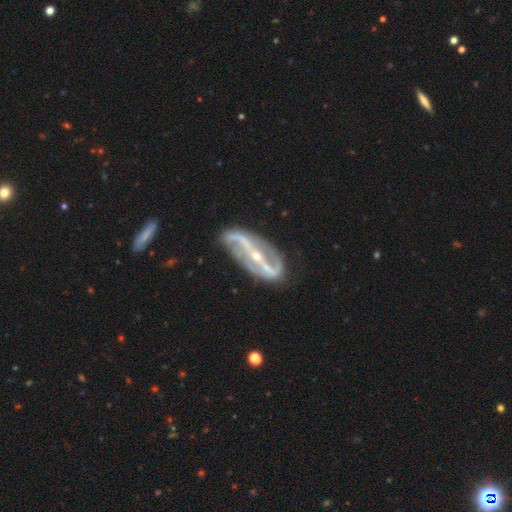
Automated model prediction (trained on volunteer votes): Q: Smooth or featured?
A: featured or disk (91%); runner-up: smooth (5%)
Q: Edge-on disk?
A: no (90%); runner-up: yes (10%)
Q: Bar?
A: strong (77%); runner-up: weak (13%)
Q: Spiral arms?
A: yes (92%); runner-up: no (8%)
Q: Spiral winding?
A: loose (48%); runner-up: medium (33%)
Q: Spiral arm count?
A: 2 (91%); runner-up: can't tell (4%)
Q: Bulge size?
A: small (74%); runner-up: moderate (23%)
Q: Merging?
A: none (73%); runner-up: minor disturbance (17%)